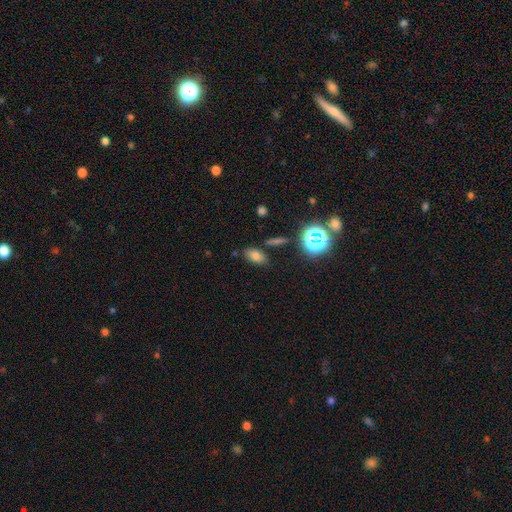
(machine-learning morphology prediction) smooth-or-featured: smooth: 71% | star or artifact: 19% | featured or disk: 10%
  how-rounded: in between: 85% | round: 11% | cigar-shaped: 4%
  merging: none: 79% | minor disturbance: 12% | merger: 6% | major disturbance: 3%